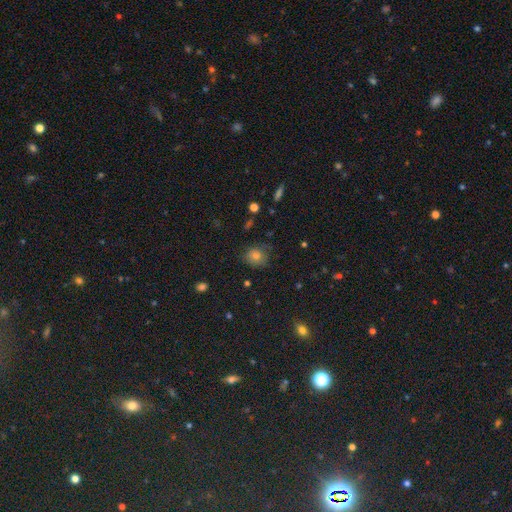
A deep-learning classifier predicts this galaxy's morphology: smooth_or_featured: smooth (p=0.74) [alt: star or artifact p=0.17]
how_rounded: round (p=0.80) [alt: in between p=0.19]
merging: none (p=0.77) [alt: minor disturbance p=0.17]